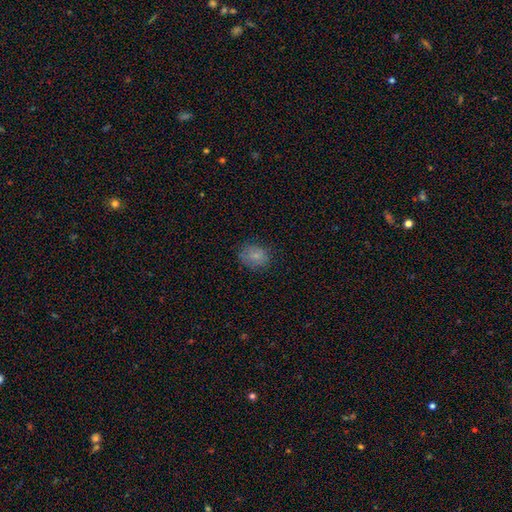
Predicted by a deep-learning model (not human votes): This appears to be a smooth galaxy with no disk features (79%) that is round (50%). Merging: none (78%).